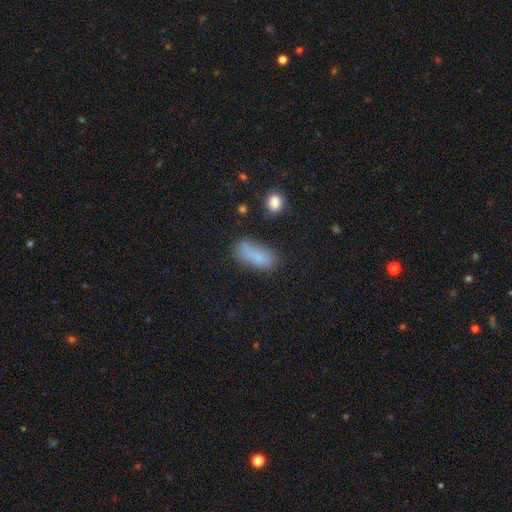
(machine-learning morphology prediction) smooth-or-featured: smooth: 79% | featured or disk: 11% | star or artifact: 11%
  how-rounded: in between: 80% | cigar-shaped: 16% | round: 4%
  merging: none: 59% | minor disturbance: 23% | major disturbance: 9% | merger: 9%